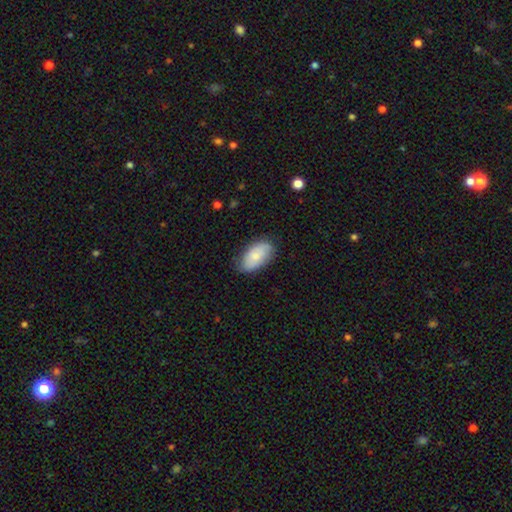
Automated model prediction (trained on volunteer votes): Smooth or featured: smooth — 75% (featured or disk — 19%)
How rounded: in between — 94% (round — 3%)
Merging: none — 76% (minor disturbance — 19%)